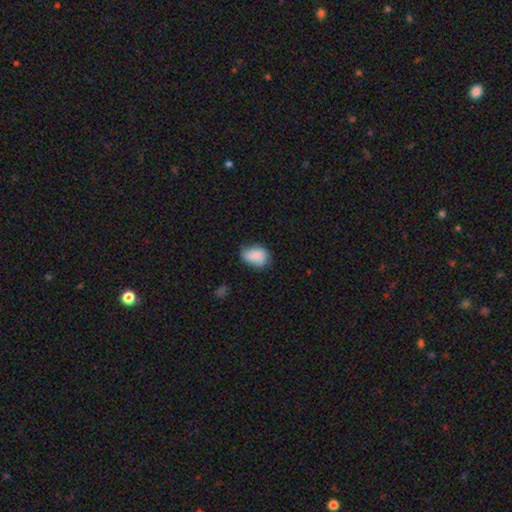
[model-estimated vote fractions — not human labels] The model was most divided on "merging": none: 56%, minor disturbance: 34%, major disturbance: 8%, merger: 2%. More confident: smooth or featured — smooth (77%); how rounded — in between (73%).